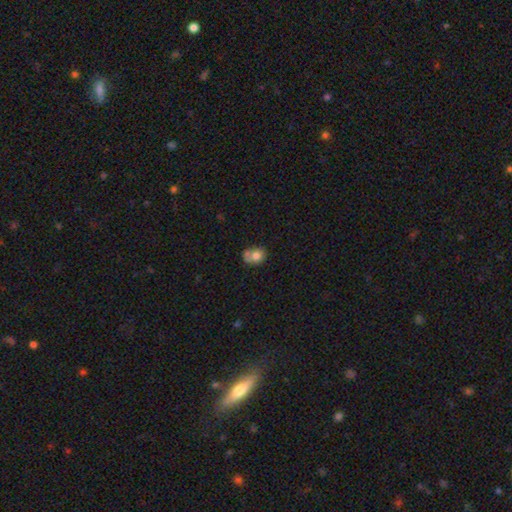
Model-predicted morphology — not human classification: Smooth or featured?
  - smooth: 73% *
  - featured or disk: 17%
  - star or artifact: 10%
How rounded?
  - round: 57% *
  - in between: 42%
  - cigar-shaped: 1%
Merging?
  - none: 37% *
  - merger: 32%
  - minor disturbance: 21%
  - major disturbance: 10%